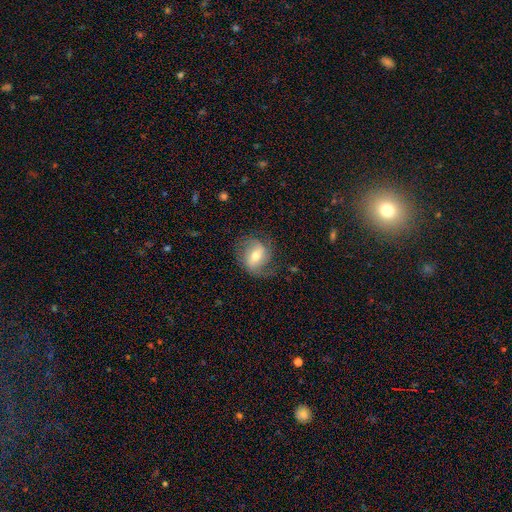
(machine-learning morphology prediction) type=featured or disk (60%); edge-on=no (95%); bar=weak (46%); spiral arms=yes (83%); bulge=moderate (66%); merging=none (65%).